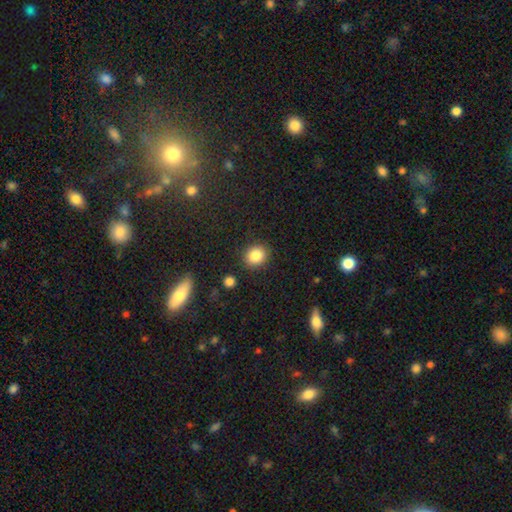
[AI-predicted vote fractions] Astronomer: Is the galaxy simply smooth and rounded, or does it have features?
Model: smooth — 84%.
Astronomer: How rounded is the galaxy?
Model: round — 75%.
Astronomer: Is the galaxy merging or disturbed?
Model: none — 87%.